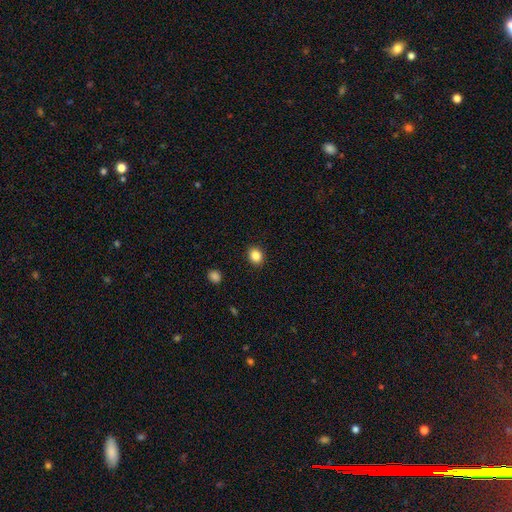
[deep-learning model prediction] Overall: smooth (85%). How rounded: round (66%; in between 33%). Merging: none (91%).